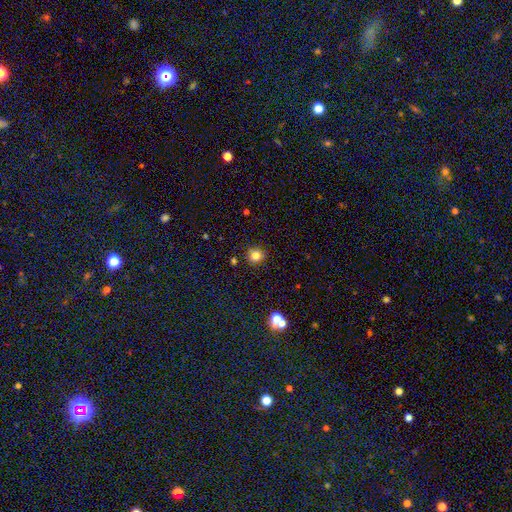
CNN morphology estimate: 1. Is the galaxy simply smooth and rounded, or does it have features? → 81% smooth, 13% star or artifact, 6% featured or disk.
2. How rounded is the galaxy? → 90% round, 9% in between, 1% cigar-shaped.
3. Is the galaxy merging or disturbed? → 88% none, 8% minor disturbance, 2% merger, 2% major disturbance.